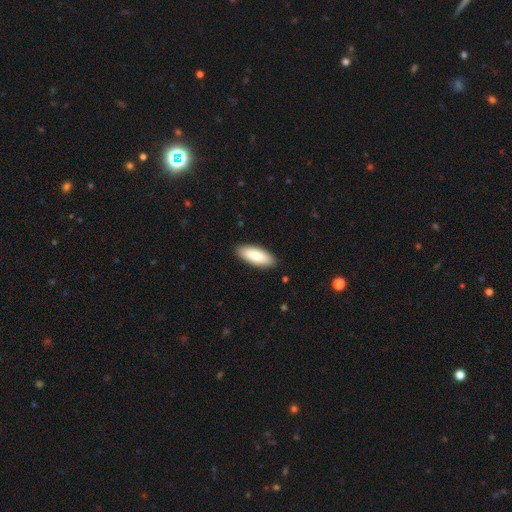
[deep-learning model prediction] A smooth galaxy with no disk features (84%) that is in between round and cigar-shaped (74%). Merging: none (89%).